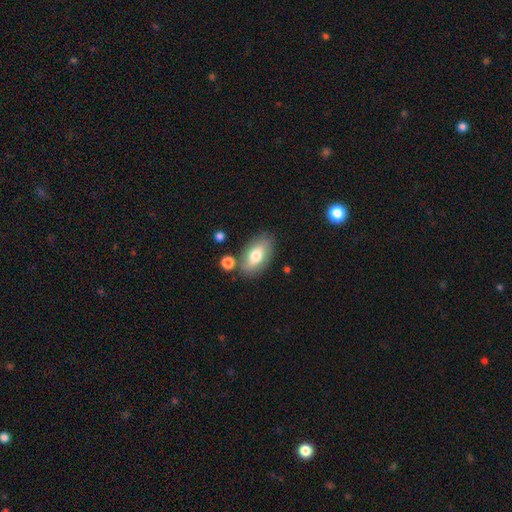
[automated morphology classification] smooth-or-featured: smooth: 70% | featured or disk: 23% | star or artifact: 7%
  how-rounded: in between: 91% | round: 5% | cigar-shaped: 4%
  merging: none: 76% | minor disturbance: 13% | merger: 7% | major disturbance: 3%